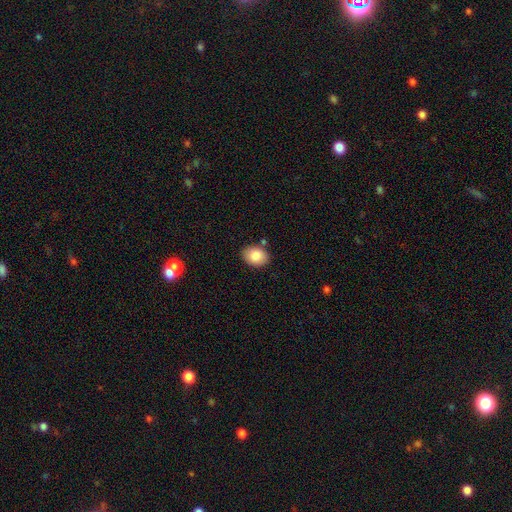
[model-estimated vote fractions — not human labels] smooth 86%, star or artifact 7%, featured or disk 6%. Down the decision tree: how rounded — in between (69%); merging — none (82%).